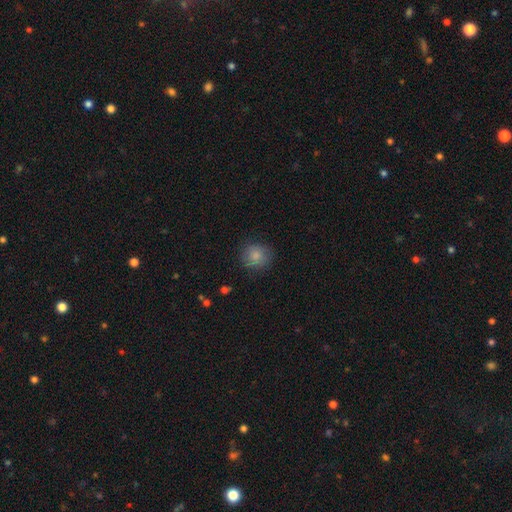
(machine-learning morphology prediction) A smooth galaxy with no disk features (85%) that is round (87%).

Vote fractions:
- Smooth or featured? smooth: 85% / star or artifact: 9% / featured or disk: 7%
- How rounded? round: 87% / in between: 12% / cigar-shaped: 1%
- Merging? none: 81% / minor disturbance: 14% / major disturbance: 4% / merger: 1%